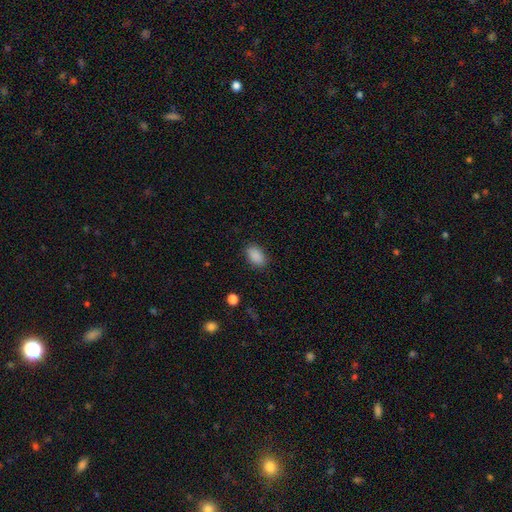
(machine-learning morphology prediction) This is clearly a smooth galaxy (89%). How rounded: clearly in between (91%). Merging: clearly none (86%).